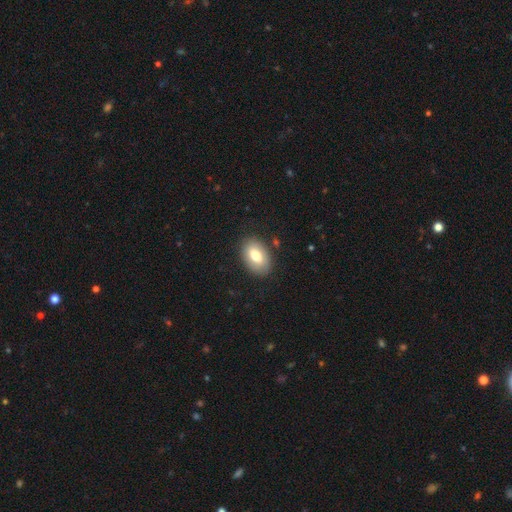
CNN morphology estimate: type=smooth (72%); roundness=in between (89%); merging=none (84%).